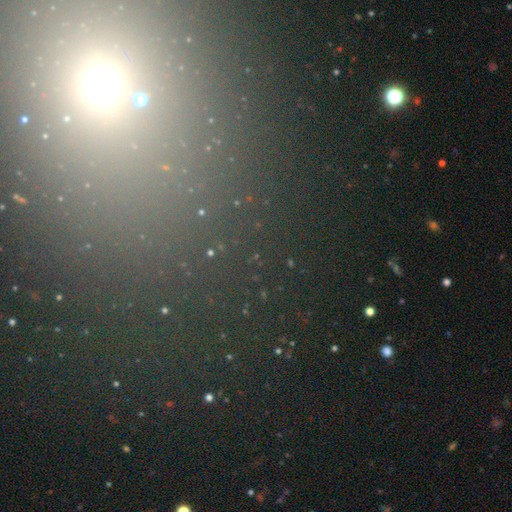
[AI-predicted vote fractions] star or artifact 64%, smooth 26%, featured or disk 10%.